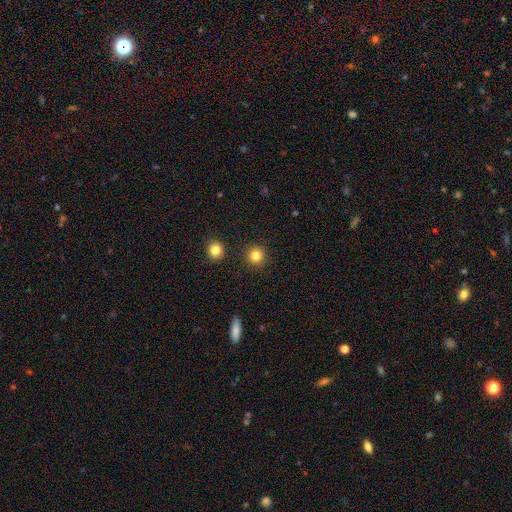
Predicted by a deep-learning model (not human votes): Smooth or featured? Predicted: smooth (p=0.83). How rounded? Predicted: round (p=0.94). Merging? Predicted: none (p=0.91).